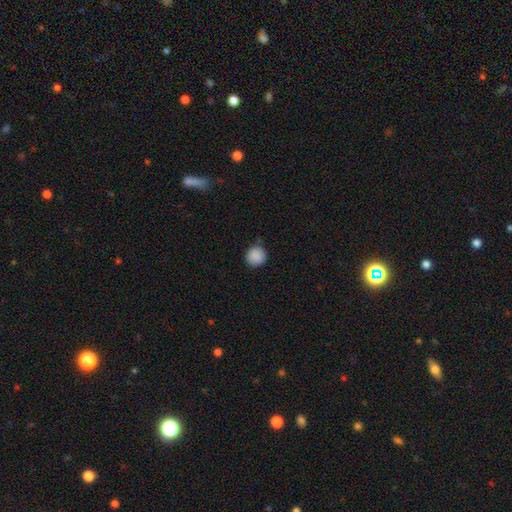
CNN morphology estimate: Overall: smooth (89%). How rounded: round (93%). Merging: none (83%).